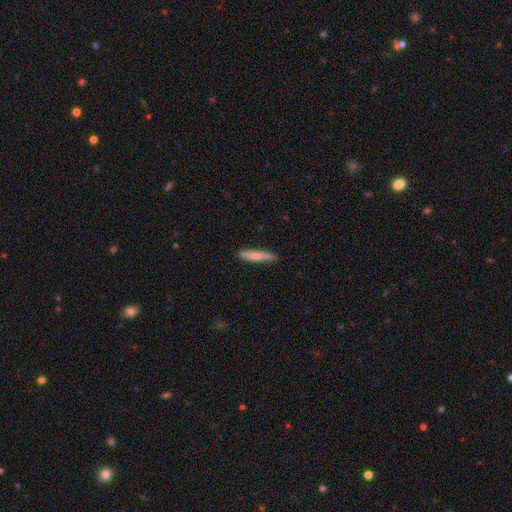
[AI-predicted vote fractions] Overall: smooth (73%). How rounded: cigar-shaped (92%). Merging: none (84%).